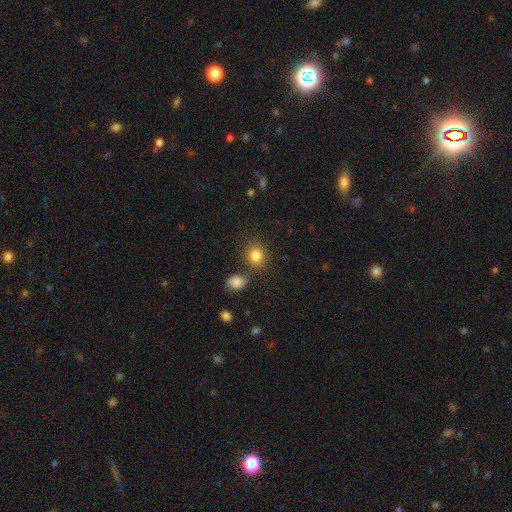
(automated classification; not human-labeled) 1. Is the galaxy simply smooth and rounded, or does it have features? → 83% smooth, 11% star or artifact, 6% featured or disk.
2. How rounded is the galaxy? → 69% round, 30% in between, 1% cigar-shaped.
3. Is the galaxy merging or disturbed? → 74% none, 11% minor disturbance, 10% merger, 4% major disturbance.